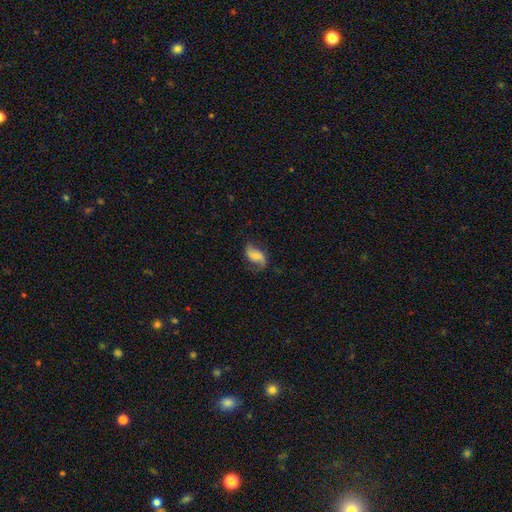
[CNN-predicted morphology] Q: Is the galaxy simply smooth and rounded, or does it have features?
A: featured or disk — 58%.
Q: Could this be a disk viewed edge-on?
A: no — 96%.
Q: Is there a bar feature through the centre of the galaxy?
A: no — 52%.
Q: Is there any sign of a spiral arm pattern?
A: yes — 90%.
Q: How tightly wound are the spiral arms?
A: loose — 69%.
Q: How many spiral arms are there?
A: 2 — 89%.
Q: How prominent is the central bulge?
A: small — 46%.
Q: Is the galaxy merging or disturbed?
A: none — 68%.